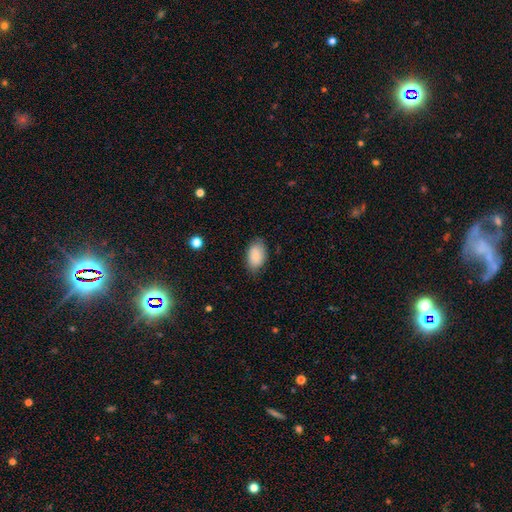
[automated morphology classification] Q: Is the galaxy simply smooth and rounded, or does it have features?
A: smooth — 83%.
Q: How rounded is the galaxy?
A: in between — 92%.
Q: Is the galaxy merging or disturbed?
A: none — 76%.